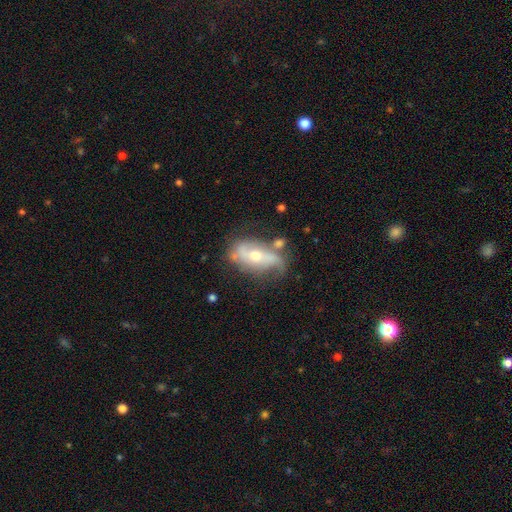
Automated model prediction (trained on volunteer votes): Q: Smooth or featured?
A: featured or disk (72%); runner-up: smooth (21%)
Q: Edge-on disk?
A: no (88%); runner-up: yes (12%)
Q: Bar?
A: no (51%); runner-up: weak (28%)
Q: Spiral arms?
A: yes (80%); runner-up: no (20%)
Q: Spiral winding?
A: loose (57%); runner-up: medium (28%)
Q: Spiral arm count?
A: 2 (77%); runner-up: can't tell (13%)
Q: Bulge size?
A: moderate (57%); runner-up: small (38%)
Q: Merging?
A: none (50%); runner-up: minor disturbance (25%)